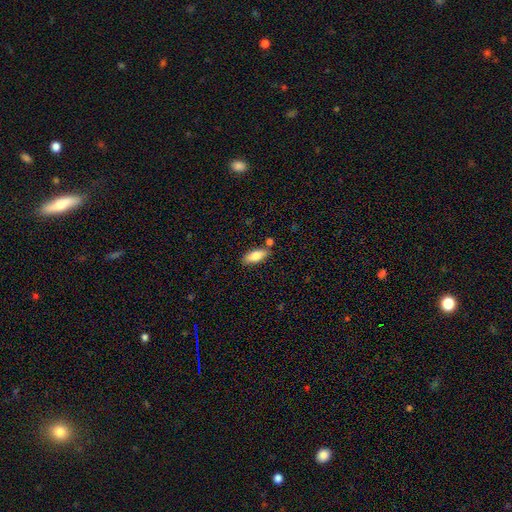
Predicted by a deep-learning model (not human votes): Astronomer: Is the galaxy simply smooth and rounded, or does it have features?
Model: smooth — 80%.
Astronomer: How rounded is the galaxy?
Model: in between — 76%.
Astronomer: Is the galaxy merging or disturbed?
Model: none — 77%.